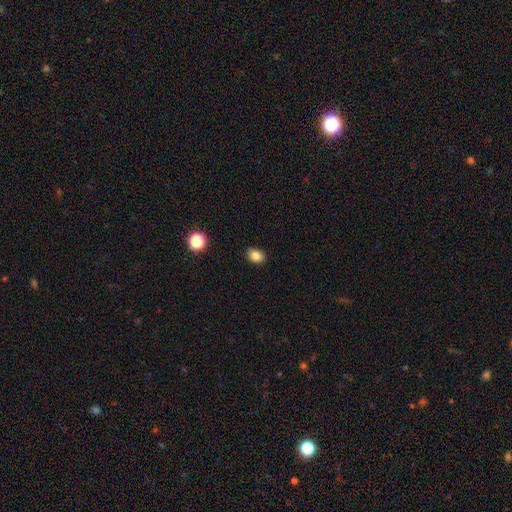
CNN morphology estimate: smooth_or_featured: smooth (p=0.84) [alt: star or artifact p=0.11]
how_rounded: in between (p=0.57) [alt: round p=0.42]
merging: none (p=0.89) [alt: minor disturbance p=0.08]